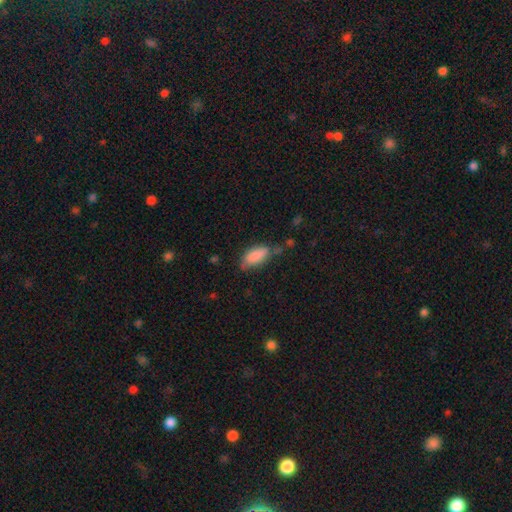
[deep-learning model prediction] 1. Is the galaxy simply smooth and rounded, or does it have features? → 85% smooth, 8% featured or disk, 7% star or artifact.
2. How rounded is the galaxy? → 86% in between, 12% cigar-shaped, 2% round.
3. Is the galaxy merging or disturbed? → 52% none, 33% minor disturbance, 9% major disturbance, 5% merger.